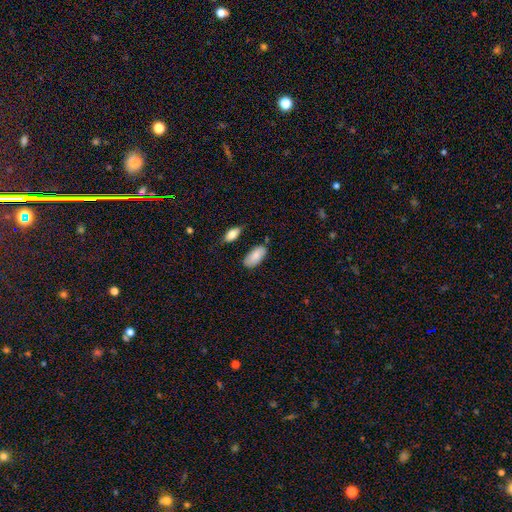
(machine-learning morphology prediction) A smooth galaxy with no disk features (82%) that is in between round and cigar-shaped (93%). Merging: none (71%).